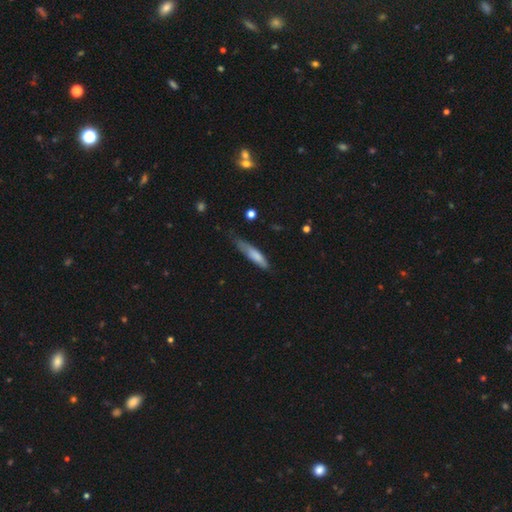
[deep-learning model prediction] Q: Smooth or featured?
A: smooth (76%); runner-up: featured or disk (19%)
Q: How rounded?
A: cigar-shaped (79%); runner-up: in between (20%)
Q: Merging?
A: none (50%); runner-up: minor disturbance (38%)